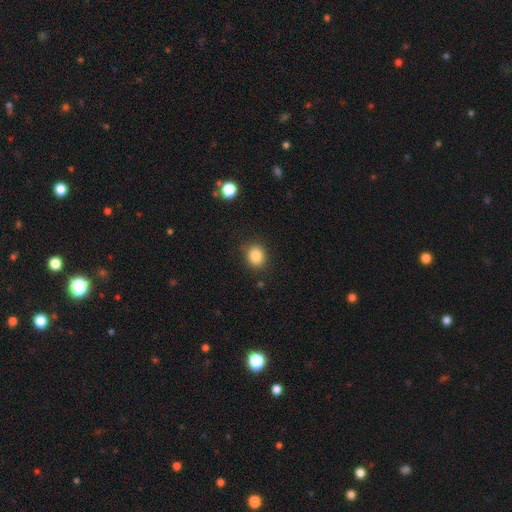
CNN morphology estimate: Smooth or featured? Predicted: smooth (p=0.84). How rounded? Predicted: round (p=0.73). Merging? Predicted: none (p=0.87).